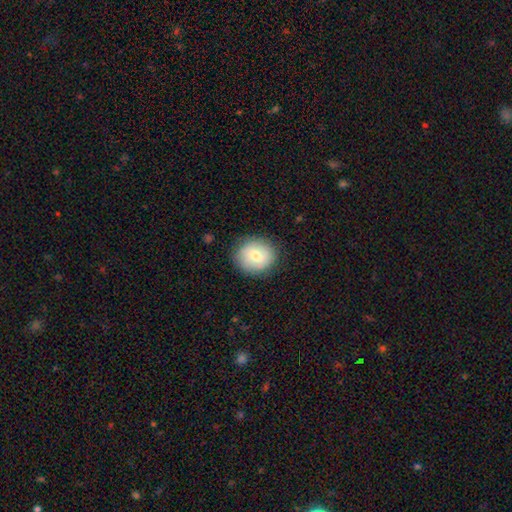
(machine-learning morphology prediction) Smooth or featured?
  - smooth: 70% *
  - featured or disk: 22%
  - star or artifact: 7%
How rounded?
  - round: 79% *
  - in between: 20%
  - cigar-shaped: 1%
Merging?
  - none: 84% *
  - minor disturbance: 11%
  - major disturbance: 3%
  - merger: 1%